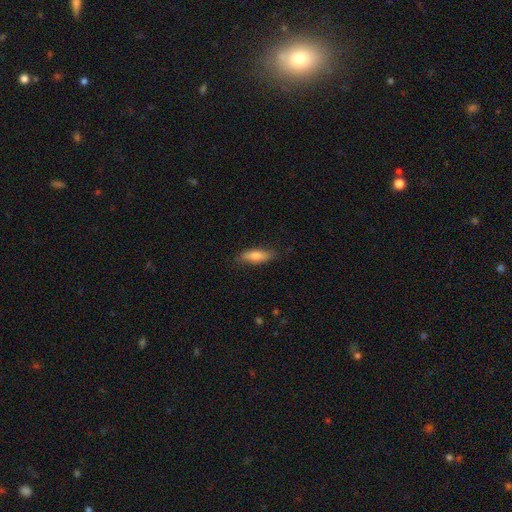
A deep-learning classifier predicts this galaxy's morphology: This appears to be a smooth galaxy with no disk features (73%) that is in between round and cigar-shaped (51%). Merging: none (82%).